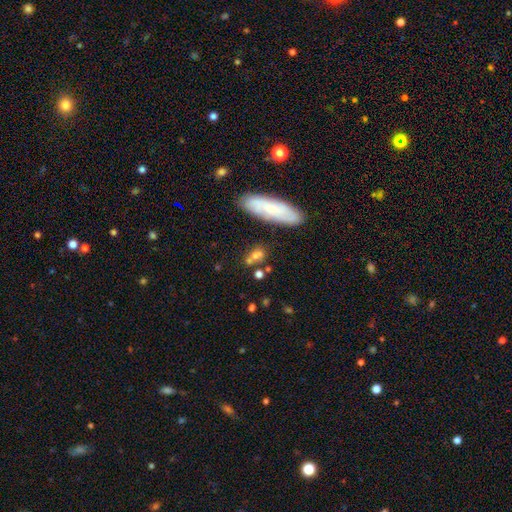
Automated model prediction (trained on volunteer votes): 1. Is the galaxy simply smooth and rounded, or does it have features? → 68% smooth, 19% featured or disk, 13% star or artifact.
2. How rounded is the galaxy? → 47% in between, 33% round, 20% cigar-shaped.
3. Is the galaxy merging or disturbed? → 63% none, 16% merger, 15% minor disturbance, 6% major disturbance.